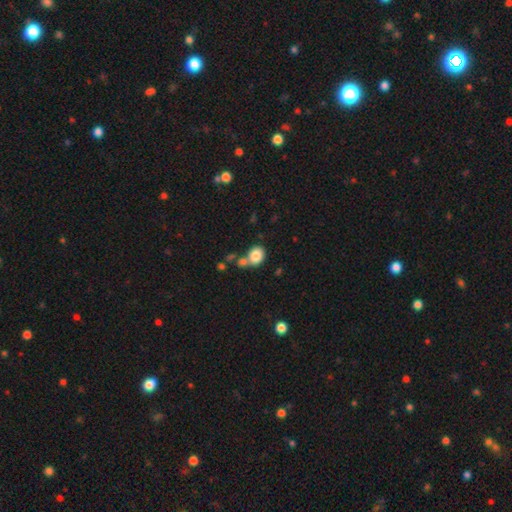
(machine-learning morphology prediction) smooth_or_featured: smooth (p=0.83) [alt: star or artifact p=0.09]
how_rounded: round (p=0.60) [alt: in between p=0.39]
merging: none (p=0.53) [alt: merger p=0.29]